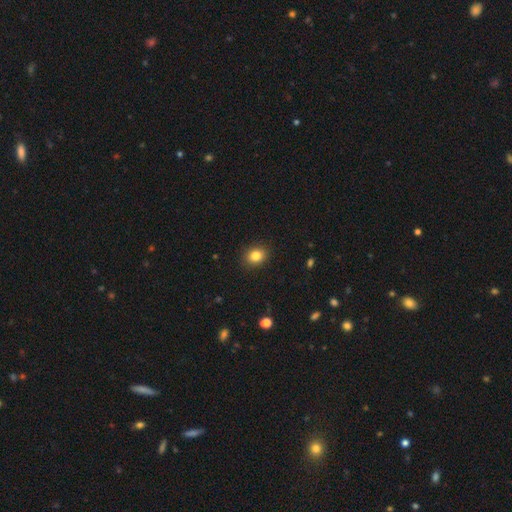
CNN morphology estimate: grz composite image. It shows a smooth galaxy with no disk features (83%) that is round (58%). Merging: none (90%).